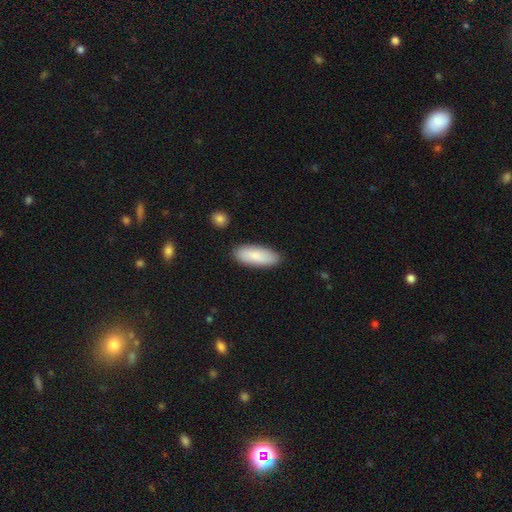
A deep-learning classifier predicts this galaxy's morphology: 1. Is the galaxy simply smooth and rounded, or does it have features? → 84% smooth, 10% featured or disk, 6% star or artifact.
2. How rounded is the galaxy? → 71% in between, 27% cigar-shaped, 2% round.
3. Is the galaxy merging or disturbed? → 87% none, 10% minor disturbance, 2% major disturbance, 2% merger.